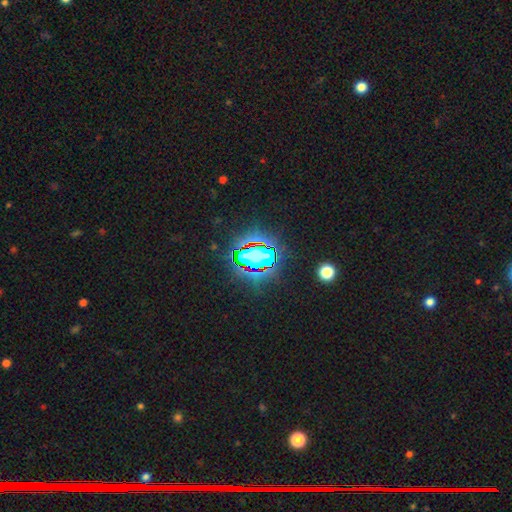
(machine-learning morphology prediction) The model was most divided on "smooth or featured": star or artifact: 72%, smooth: 16%, featured or disk: 12%.